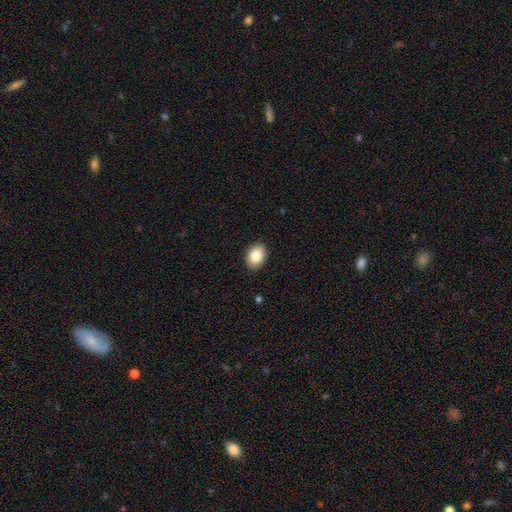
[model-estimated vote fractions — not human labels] Smooth or featured?
  - smooth: 85% *
  - star or artifact: 8%
  - featured or disk: 8%
How rounded?
  - in between: 73% *
  - round: 26%
  - cigar-shaped: 1%
Merging?
  - none: 90% *
  - minor disturbance: 8%
  - major disturbance: 2%
  - merger: 1%